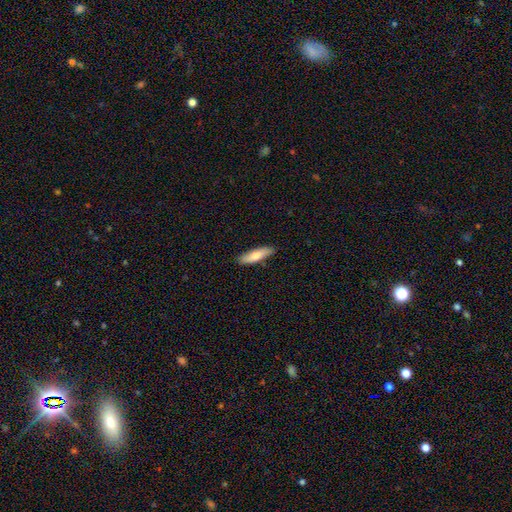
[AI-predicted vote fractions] Smooth or featured? Predicted: smooth (p=0.79). How rounded? Predicted: cigar-shaped (p=0.64). Merging? Predicted: none (p=0.84).